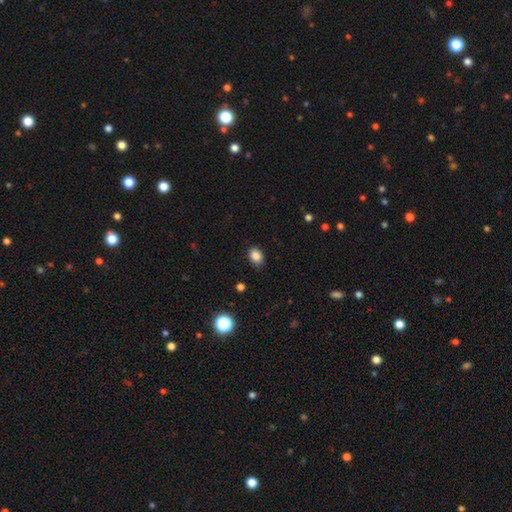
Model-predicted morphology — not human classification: This is clearly a smooth galaxy (86%). How rounded: likely in between (73%). Merging: clearly none (85%).